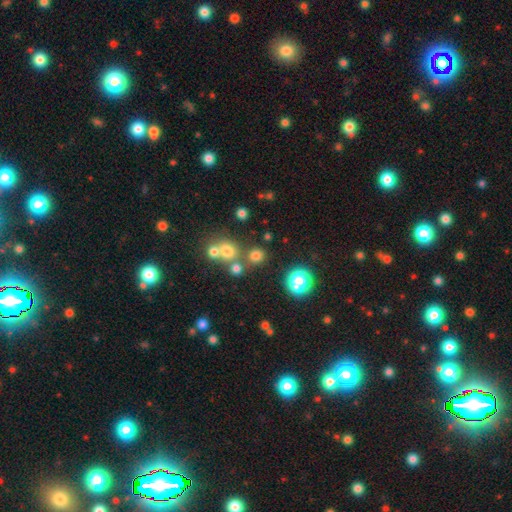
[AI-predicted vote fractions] A smooth galaxy with no disk features (70%) that is round (87%).

Vote fractions:
- Smooth or featured? smooth: 70% / star or artifact: 22% / featured or disk: 8%
- How rounded? round: 87% / in between: 11% / cigar-shaped: 1%
- Merging? none: 72% / merger: 16% / minor disturbance: 8% / major disturbance: 4%